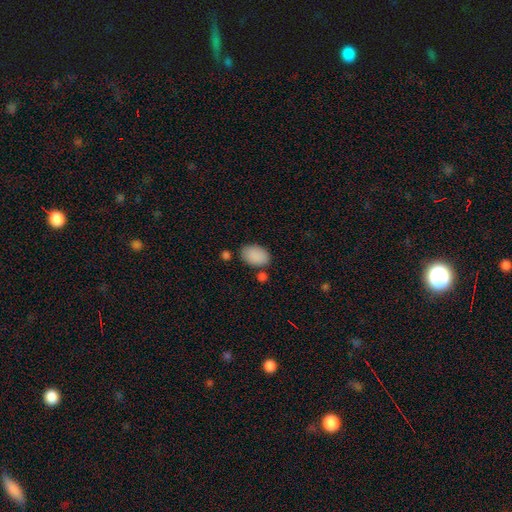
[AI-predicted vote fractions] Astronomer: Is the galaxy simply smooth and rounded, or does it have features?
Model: smooth — 89%.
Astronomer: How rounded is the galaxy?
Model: in between — 89%.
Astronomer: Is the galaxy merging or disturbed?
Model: none — 73%.